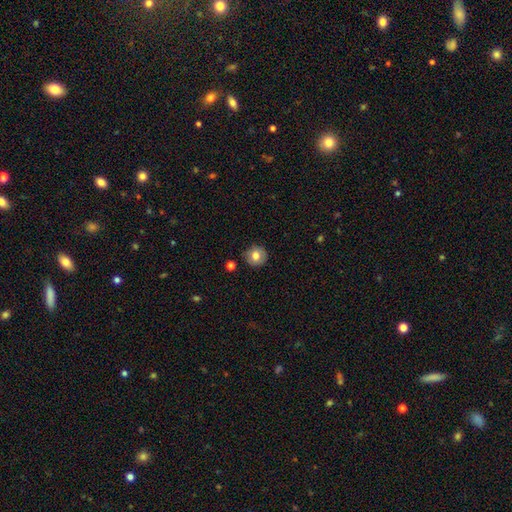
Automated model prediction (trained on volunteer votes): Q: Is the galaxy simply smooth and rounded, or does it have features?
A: smooth — 76%.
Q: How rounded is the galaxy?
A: round — 91%.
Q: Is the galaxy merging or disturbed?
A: none — 87%.